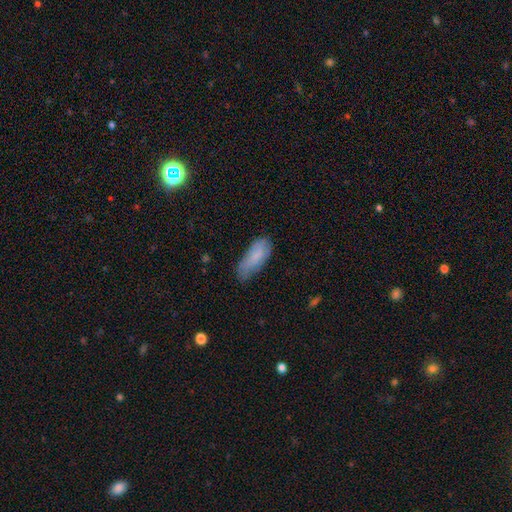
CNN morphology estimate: Smooth or featured?
  - smooth: 75% *
  - featured or disk: 17%
  - star or artifact: 8%
How rounded?
  - in between: 75% *
  - cigar-shaped: 23%
  - round: 2%
Merging?
  - none: 56% *
  - minor disturbance: 33%
  - major disturbance: 9%
  - merger: 2%